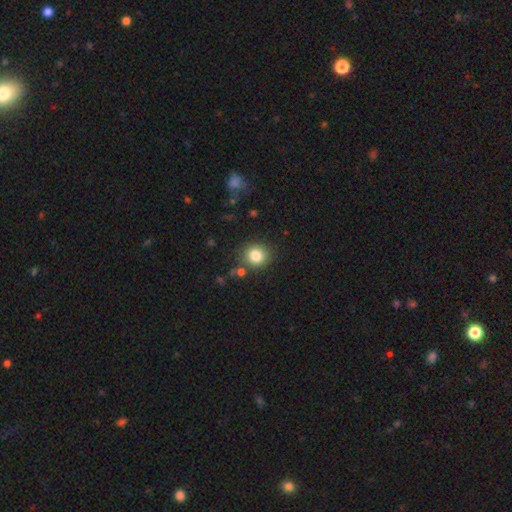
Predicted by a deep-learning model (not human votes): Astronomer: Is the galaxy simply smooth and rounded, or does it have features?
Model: smooth — 82%.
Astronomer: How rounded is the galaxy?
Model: round — 86%.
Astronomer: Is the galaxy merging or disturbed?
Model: none — 83%.